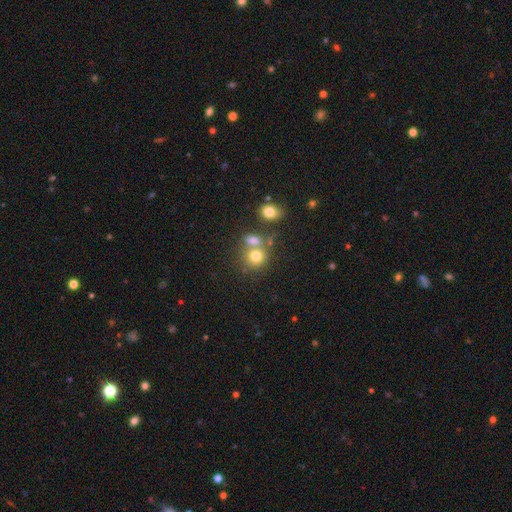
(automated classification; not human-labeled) A smooth galaxy with no disk features (75%) that is round (75%). Merging: none (47%).